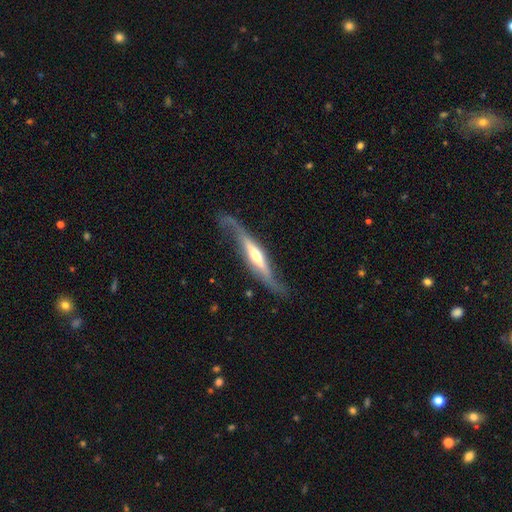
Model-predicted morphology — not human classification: smooth-or-featured: featured or disk: 77% | smooth: 18% | star or artifact: 4%
  disk-edge-on: yes: 72% | no: 28%
    edge-on-bulge: rounded: 78% | none: 12% | boxy: 11%
  merging: none: 57% | minor disturbance: 23% | major disturbance: 17% | merger: 3%